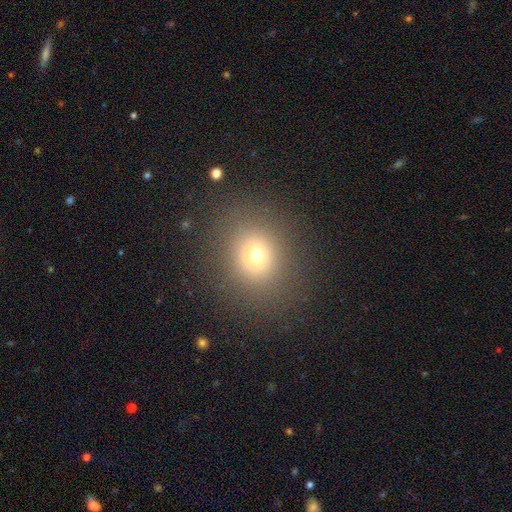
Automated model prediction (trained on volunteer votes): The model was most divided on "smooth or featured": smooth: 68%, star or artifact: 20%, featured or disk: 12%. More confident: merging — none (86%); how rounded — round (81%).